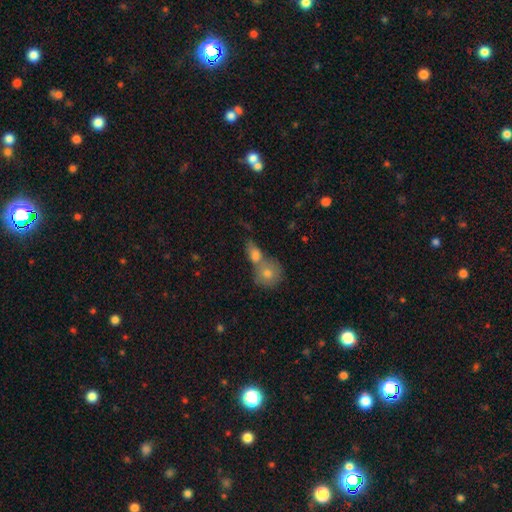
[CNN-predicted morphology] Smooth or featured? smooth (67%)
How rounded? in between (49%)
Merging? merger (51%)